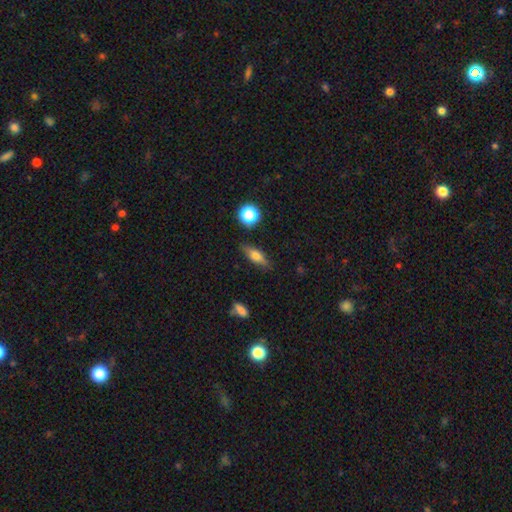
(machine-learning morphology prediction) Smooth or featured? smooth (63%)
How rounded? in between (55%)
Merging? none (83%)